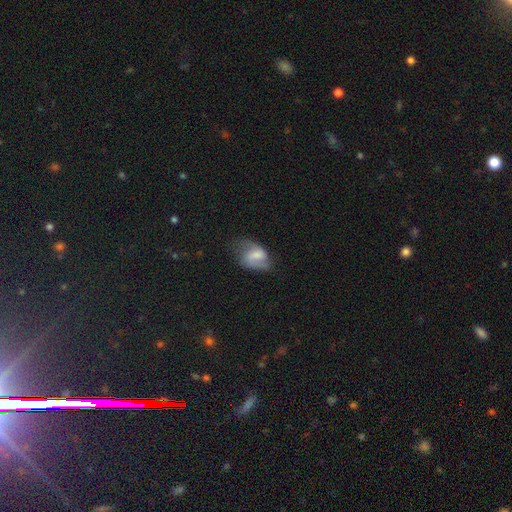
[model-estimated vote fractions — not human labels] Smooth or featured? featured or disk (52%)
Edge-on disk? no (96%)
Bar? weak (49%)
Spiral arms? yes (79%)
Bulge size? small (32%)
Merging? none (44%)